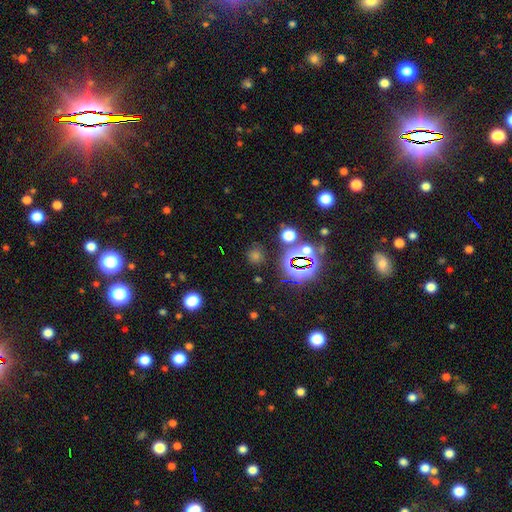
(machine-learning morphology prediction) smooth_or_featured: star or artifact (p=0.53) [alt: smooth p=0.40]